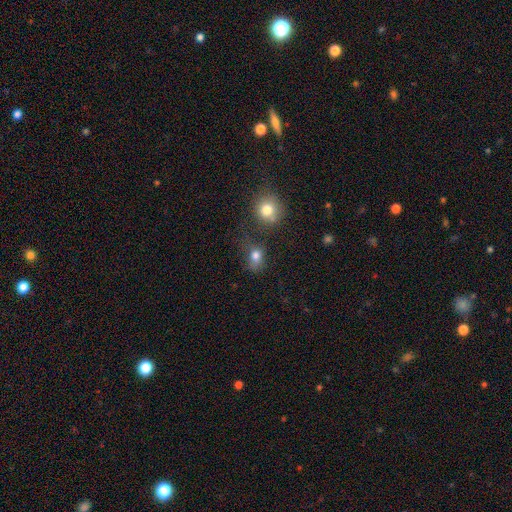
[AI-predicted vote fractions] Smooth or featured?
  - smooth: 77% *
  - star or artifact: 14%
  - featured or disk: 9%
How rounded?
  - round: 50% *
  - in between: 49%
  - cigar-shaped: 2%
Merging?
  - none: 46% *
  - minor disturbance: 21%
  - merger: 19%
  - major disturbance: 15%